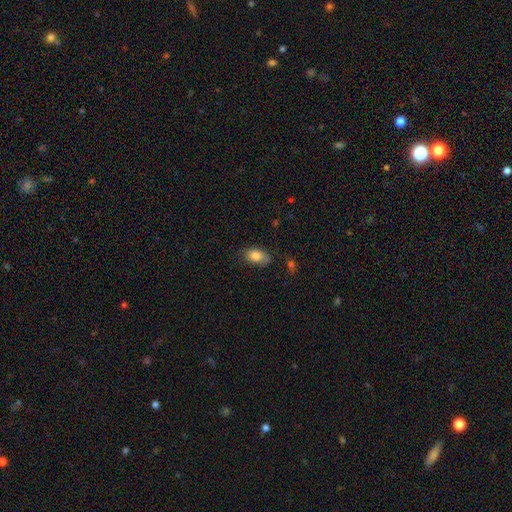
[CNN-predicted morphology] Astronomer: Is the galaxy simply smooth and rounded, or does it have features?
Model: smooth — 79%.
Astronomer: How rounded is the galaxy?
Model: in between — 87%.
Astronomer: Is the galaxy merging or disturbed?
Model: none — 66%.